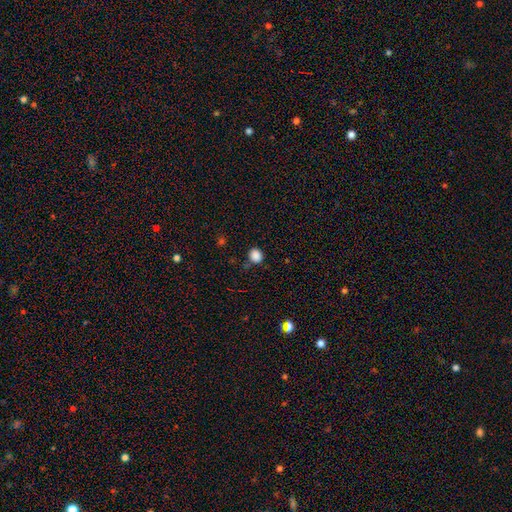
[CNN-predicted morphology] A smooth galaxy with no disk features (86%) that is round (67%).

Vote fractions:
- Smooth or featured? smooth: 86% / star or artifact: 11% / featured or disk: 3%
- How rounded? round: 67% / in between: 32% / cigar-shaped: 1%
- Merging? none: 82% / minor disturbance: 11% / merger: 3% / major disturbance: 3%